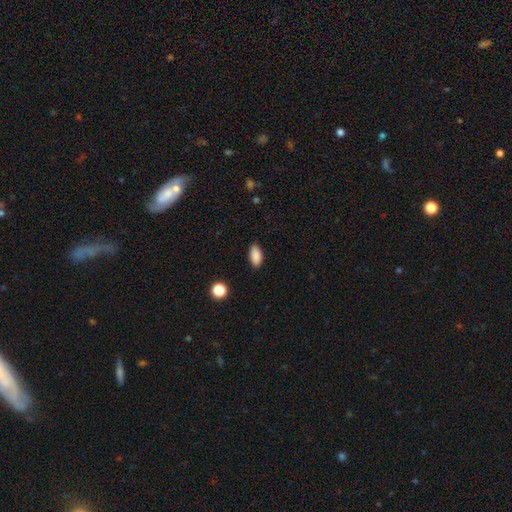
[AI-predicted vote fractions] Smooth or featured?
  - smooth: 88% *
  - star or artifact: 8%
  - featured or disk: 4%
How rounded?
  - in between: 90% *
  - cigar-shaped: 6%
  - round: 4%
Merging?
  - none: 85% *
  - minor disturbance: 11%
  - major disturbance: 2%
  - merger: 1%